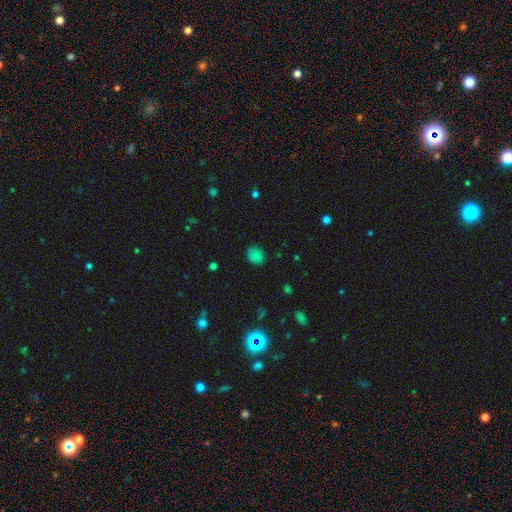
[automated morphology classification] The model was most divided on "how rounded": round: 58%, in between: 41%, cigar-shaped: 1%. More confident: merging — none (79%); smooth or featured — smooth (78%).